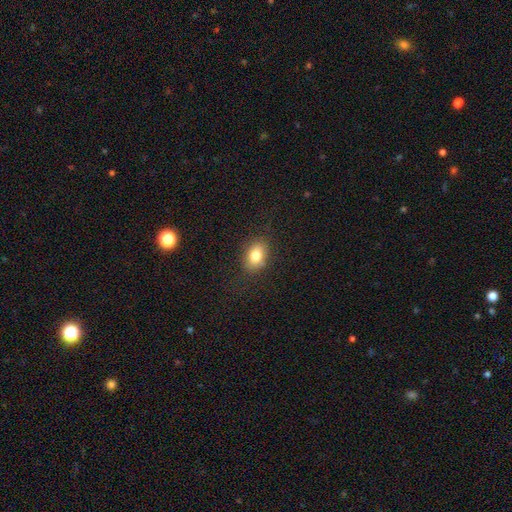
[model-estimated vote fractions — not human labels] Smooth or featured? Predicted: smooth (p=0.79). How rounded? Predicted: in between (p=0.76). Merging? Predicted: none (p=0.83).